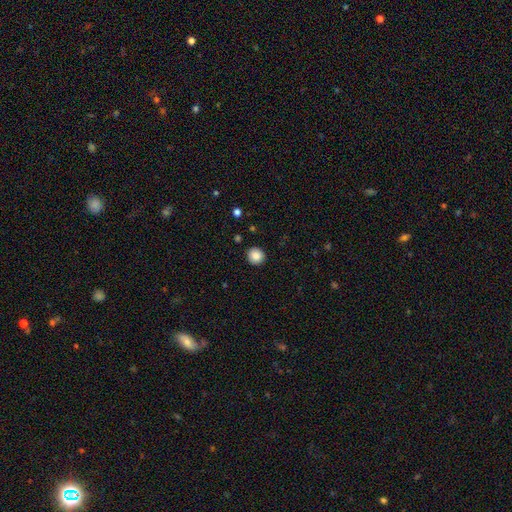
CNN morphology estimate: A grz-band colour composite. It shows a smooth galaxy with no disk features (87%) that is round (93%). Merging: none (92%).